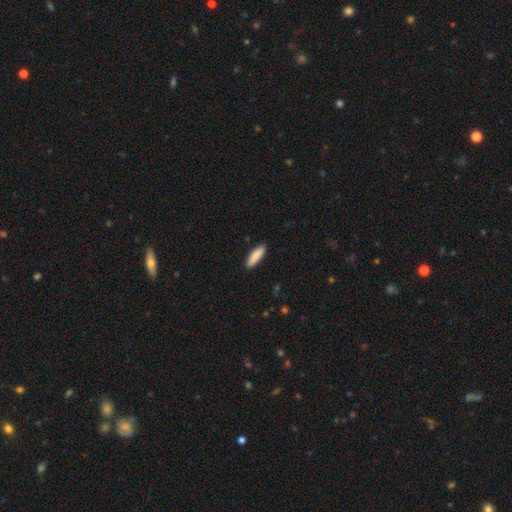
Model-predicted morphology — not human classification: A smooth galaxy with no disk features (87%) that is cigar-shaped (65%). Merging: none (88%).